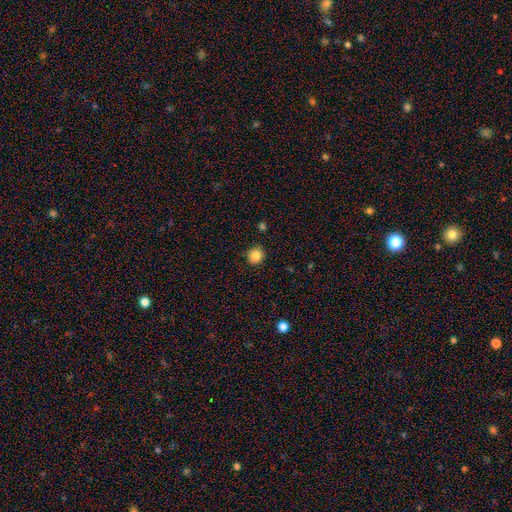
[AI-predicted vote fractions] This appears to be a smooth galaxy with no disk features (84%) that is round (85%). Merging: none (90%).